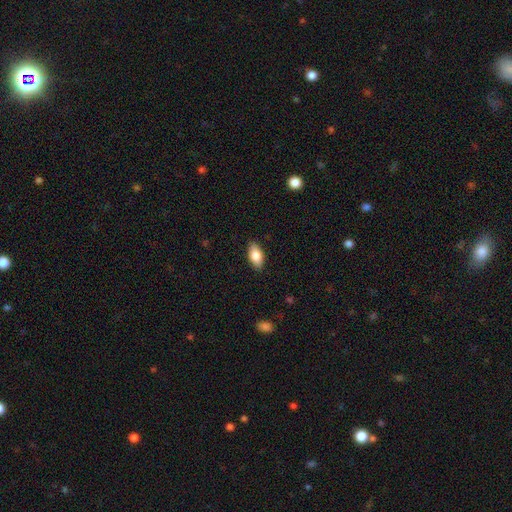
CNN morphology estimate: Smooth or featured? smooth (82%)
How rounded? in between (90%)
Merging? none (87%)